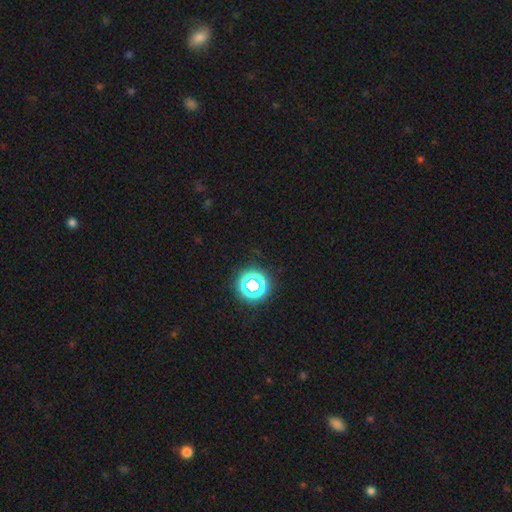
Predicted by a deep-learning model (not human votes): Smooth or featured? Predicted: star or artifact (p=0.65).